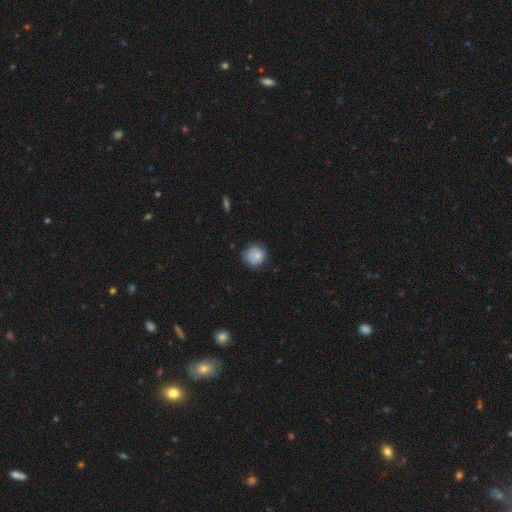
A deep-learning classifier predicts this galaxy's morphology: Smooth or featured?
  - smooth: 75% *
  - featured or disk: 17%
  - star or artifact: 8%
How rounded?
  - round: 85% *
  - in between: 14%
  - cigar-shaped: 1%
Merging?
  - none: 68% *
  - minor disturbance: 25%
  - major disturbance: 5%
  - merger: 2%